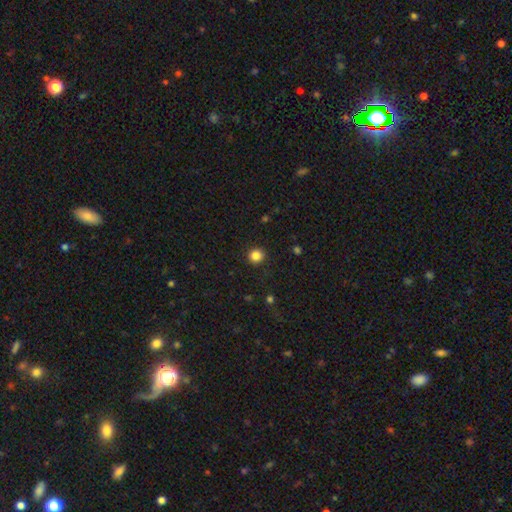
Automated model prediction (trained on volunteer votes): smooth-or-featured: smooth: 84% | star or artifact: 12% | featured or disk: 4%
  how-rounded: round: 90% | in between: 9% | cigar-shaped: 1%
  merging: none: 92% | minor disturbance: 5% | major disturbance: 2% | merger: 1%